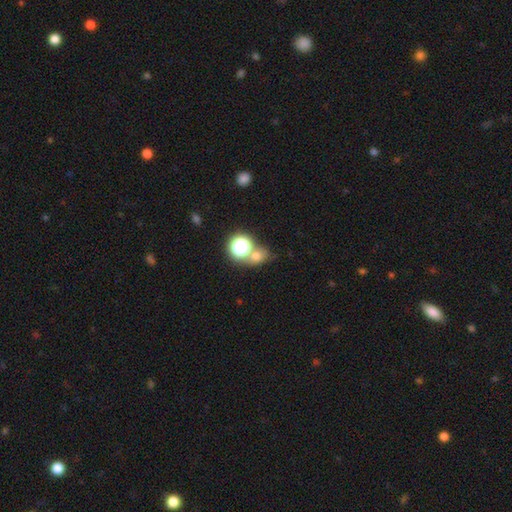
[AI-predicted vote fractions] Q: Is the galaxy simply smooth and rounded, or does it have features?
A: smooth — 63%.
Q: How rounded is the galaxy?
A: round — 66%.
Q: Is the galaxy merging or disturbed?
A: none — 55%.